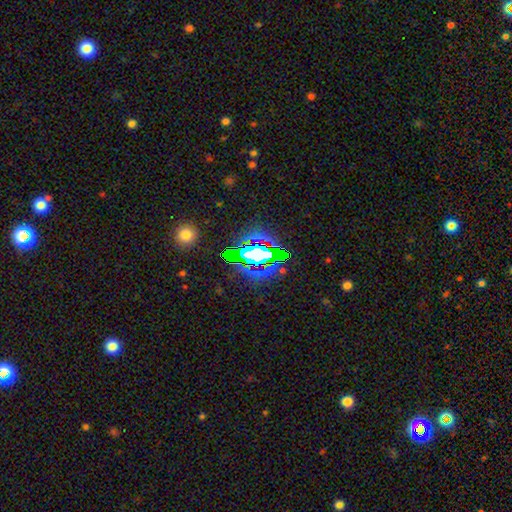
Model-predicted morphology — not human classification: A star or artifact, not a galaxy (67%).

Vote fractions:
- Smooth or featured? star or artifact: 67% / smooth: 17% / featured or disk: 16%